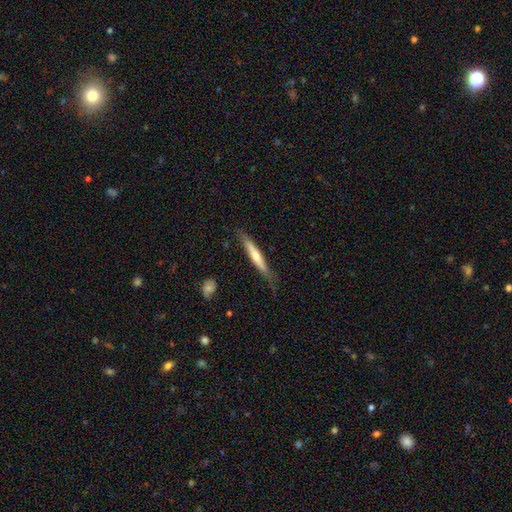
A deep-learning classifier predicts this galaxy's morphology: smooth 53%, featured or disk 42%, star or artifact 5%. Down the decision tree: how rounded — cigar-shaped (93%); merging — none (76%).